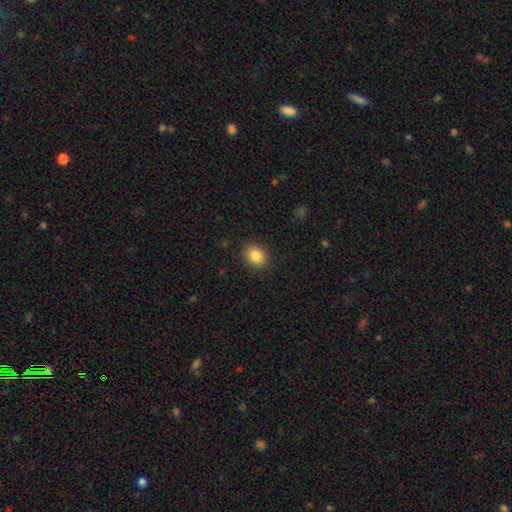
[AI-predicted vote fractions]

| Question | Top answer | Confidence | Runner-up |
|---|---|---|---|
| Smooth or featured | smooth | 85% | star or artifact (9%) |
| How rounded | in between | 55% | round (44%) |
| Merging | none | 89% | minor disturbance (8%) |